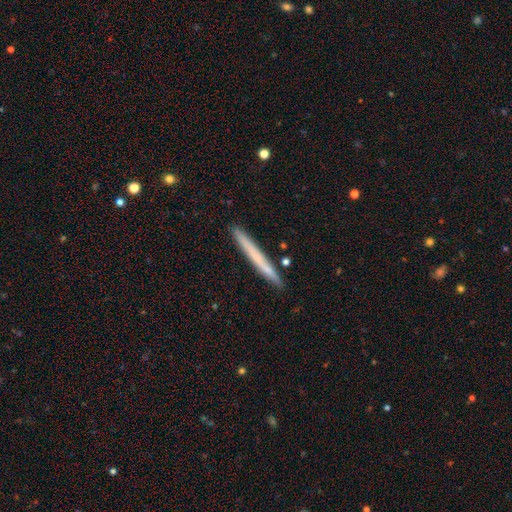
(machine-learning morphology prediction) smooth_or_featured: smooth (p=0.60) [alt: featured or disk p=0.33]
how_rounded: cigar-shaped (p=0.97) [alt: in between p=0.02]
merging: none (p=0.90) [alt: minor disturbance p=0.07]